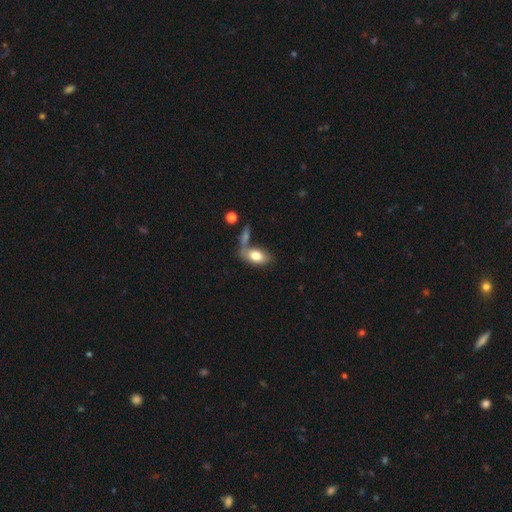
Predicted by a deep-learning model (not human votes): Smooth or featured: smooth — 77% (featured or disk — 16%)
How rounded: in between — 89% (round — 7%)
Merging: none — 45% (merger — 32%)